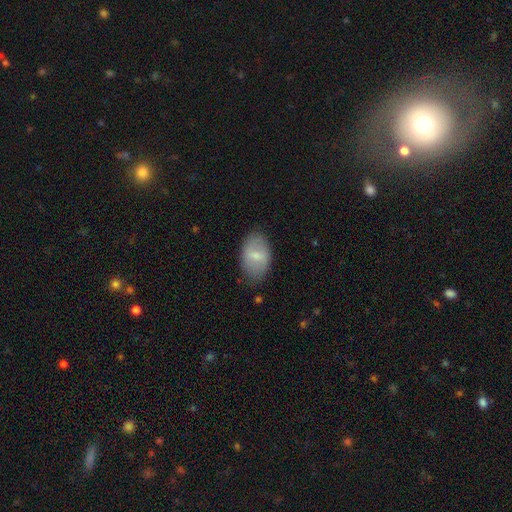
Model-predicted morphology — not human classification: The model was most divided on "smooth or featured": smooth: 60%, featured or disk: 33%, star or artifact: 7%. More confident: how rounded — in between (89%); merging — none (78%).